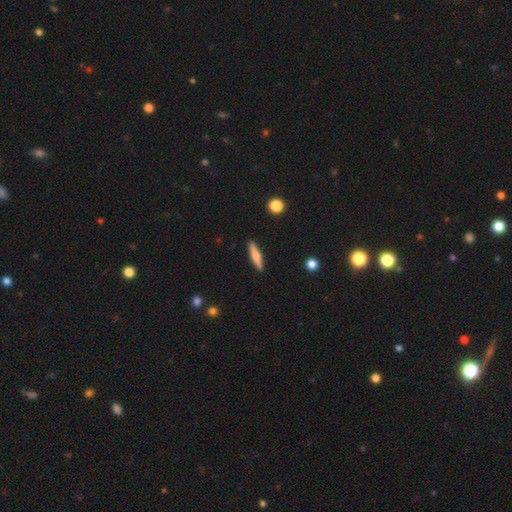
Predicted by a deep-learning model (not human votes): smooth_or_featured: smooth (p=0.58) [alt: featured or disk p=0.36]
how_rounded: cigar-shaped (p=0.85) [alt: in between p=0.13]
merging: none (p=0.90) [alt: minor disturbance p=0.07]